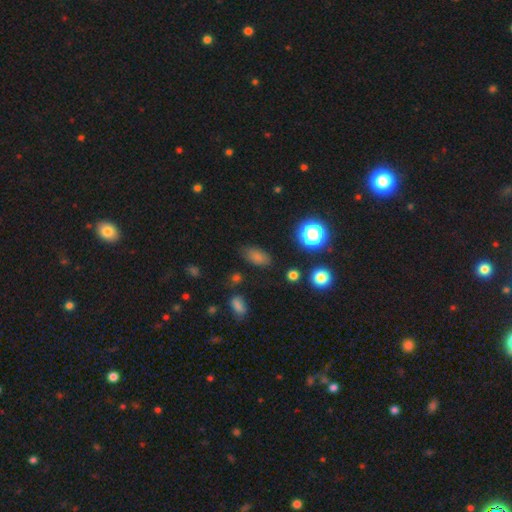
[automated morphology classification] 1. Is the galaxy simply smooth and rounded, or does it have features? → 74% smooth, 18% star or artifact, 8% featured or disk.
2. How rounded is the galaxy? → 85% in between, 10% round, 5% cigar-shaped.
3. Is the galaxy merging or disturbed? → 81% none, 13% minor disturbance, 4% major disturbance, 3% merger.